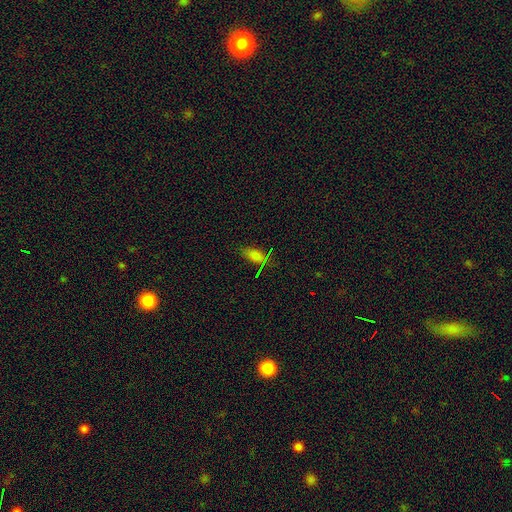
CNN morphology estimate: Smooth or featured: smooth — 66% (star or artifact — 26%)
How rounded: in between — 86% (round — 7%)
Merging: none — 75% (minor disturbance — 16%)